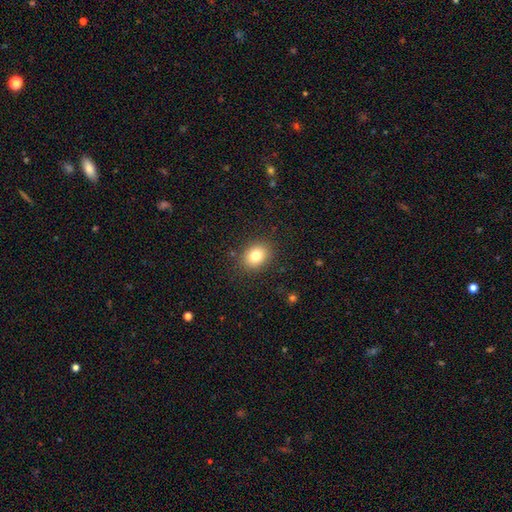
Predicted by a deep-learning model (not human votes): smooth-or-featured: smooth: 80% | star or artifact: 11% | featured or disk: 9%
  how-rounded: round: 56% | in between: 44% | cigar-shaped: 1%
  merging: none: 87% | minor disturbance: 9% | major disturbance: 3% | merger: 1%